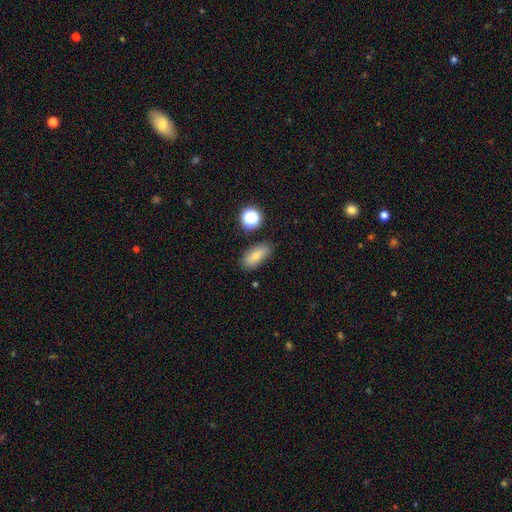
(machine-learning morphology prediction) smooth 76%, featured or disk 14%, star or artifact 10%. Down the decision tree: how rounded — in between (80%); merging — none (81%).